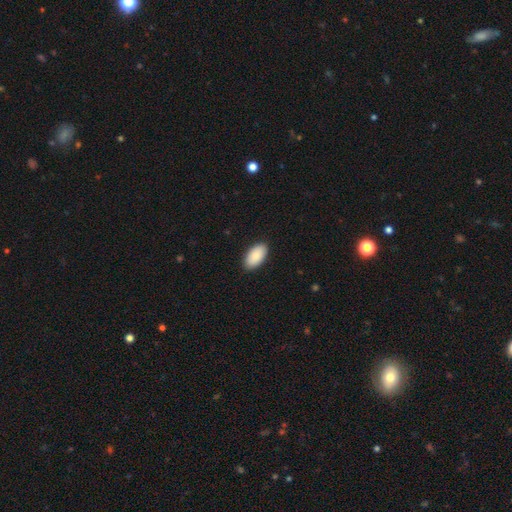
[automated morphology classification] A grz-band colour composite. It shows a smooth galaxy with no disk features (89%) that is in between round and cigar-shaped (96%). Merging: none (89%).